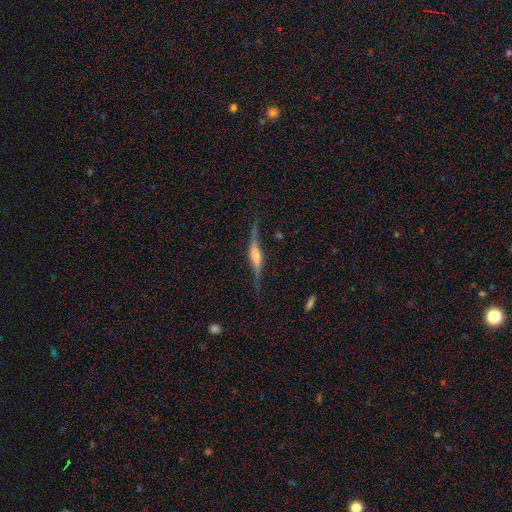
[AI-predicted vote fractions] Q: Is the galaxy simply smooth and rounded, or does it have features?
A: featured or disk — 82%.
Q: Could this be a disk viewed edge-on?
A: yes — 89%.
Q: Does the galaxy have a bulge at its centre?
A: rounded — 76%.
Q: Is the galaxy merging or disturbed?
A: none — 72%.